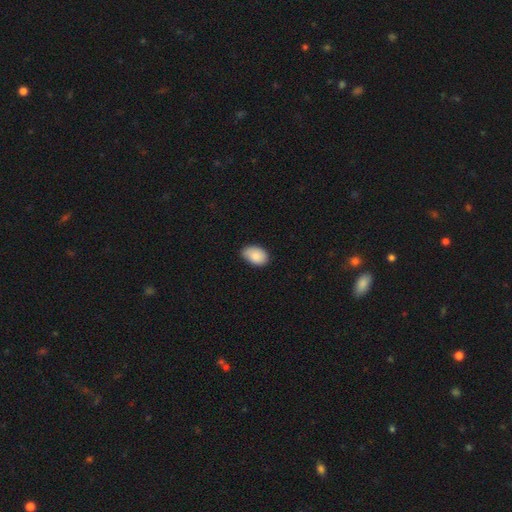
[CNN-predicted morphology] Overall: smooth (87%). How rounded: in between (87%). Merging: none (65%; minor disturbance 30%).